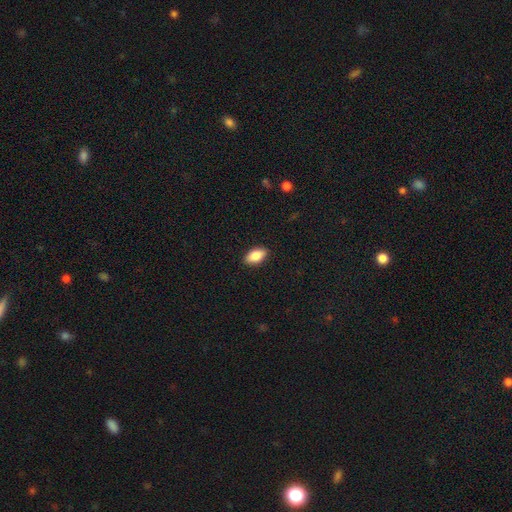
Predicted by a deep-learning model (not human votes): The model was most divided on "smooth or featured": smooth: 85%, featured or disk: 8%, star or artifact: 7%. More confident: how rounded — in between (92%); merging — none (90%).